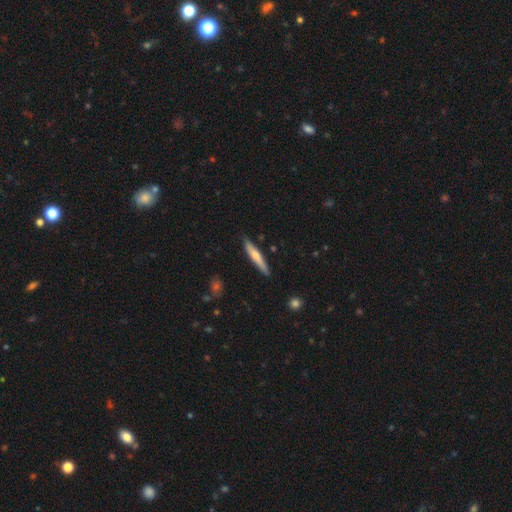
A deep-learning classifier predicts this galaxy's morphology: Smooth or featured? smooth (59%)
How rounded? cigar-shaped (92%)
Merging? none (84%)